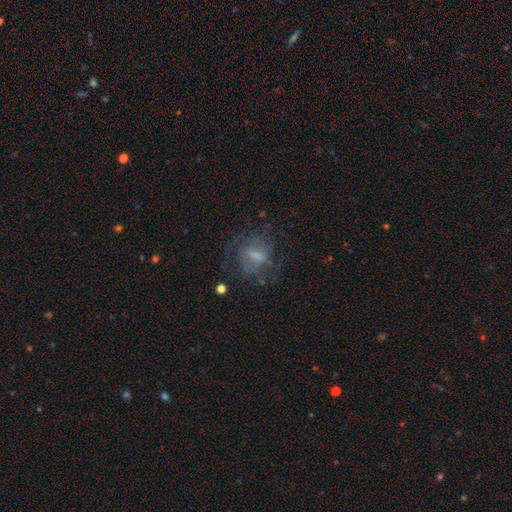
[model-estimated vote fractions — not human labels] smooth_or_featured: featured or disk (p=0.54) [alt: smooth p=0.34]
disk_edge_on: no (p=0.95) [alt: yes p=0.05]
bar: weak (p=0.48) [alt: no p=0.28]
has_spiral_arms: yes (p=0.58) [alt: no p=0.42]
bulge_size: small (p=0.36) [alt: moderate p=0.30]
merging: none (p=0.56) [alt: major disturbance p=0.22]